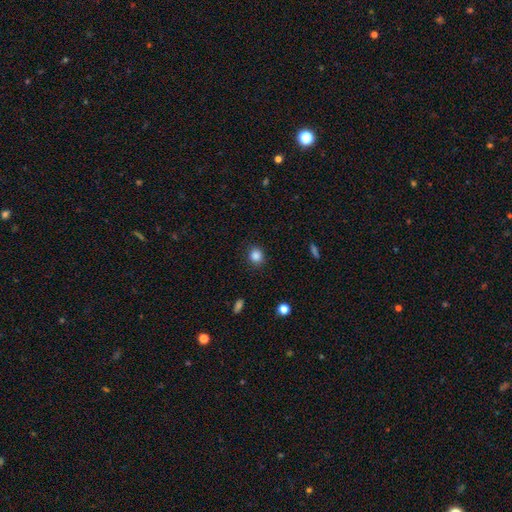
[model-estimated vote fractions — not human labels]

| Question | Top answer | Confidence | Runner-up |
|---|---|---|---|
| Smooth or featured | smooth | 86% | star or artifact (11%) |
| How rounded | round | 80% | in between (19%) |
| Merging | none | 89% | minor disturbance (8%) |